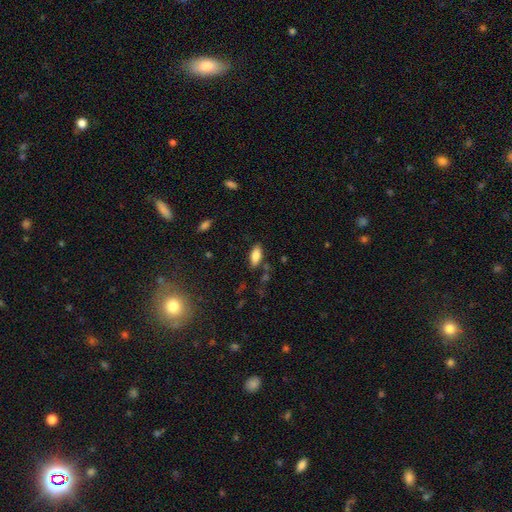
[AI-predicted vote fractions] A smooth galaxy with no disk features (82%) that is in between round and cigar-shaped (85%).

Vote fractions:
- Smooth or featured? smooth: 82% / featured or disk: 10% / star or artifact: 8%
- How rounded? in between: 85% / cigar-shaped: 13% / round: 2%
- Merging? none: 81% / minor disturbance: 13% / major disturbance: 3% / merger: 3%